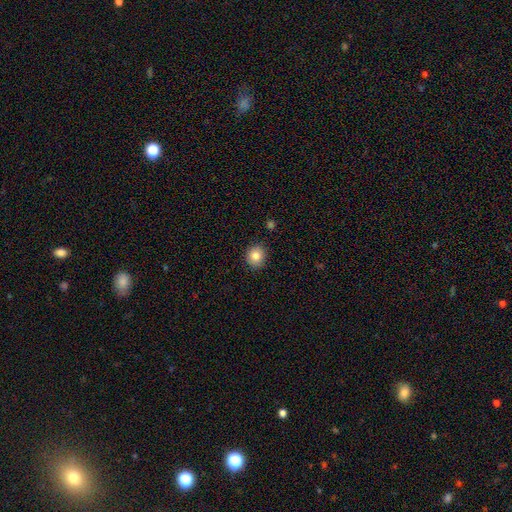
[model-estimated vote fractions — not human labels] This appears to be a smooth galaxy with no disk features (83%) that is round (83%). Merging: none (89%).